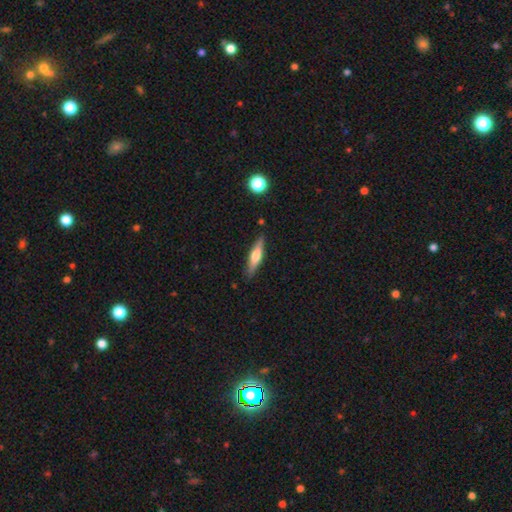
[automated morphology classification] Smooth or featured: featured or disk — 48% (smooth — 45%)
Merging: none — 86% (minor disturbance — 10%)